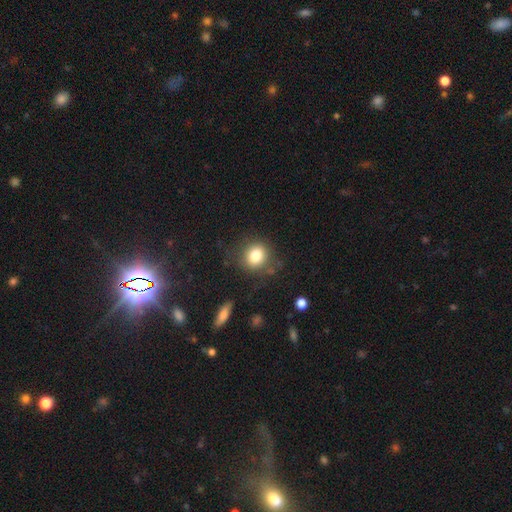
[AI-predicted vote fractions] Smooth or featured? smooth (82%)
How rounded? round (79%)
Merging? none (79%)